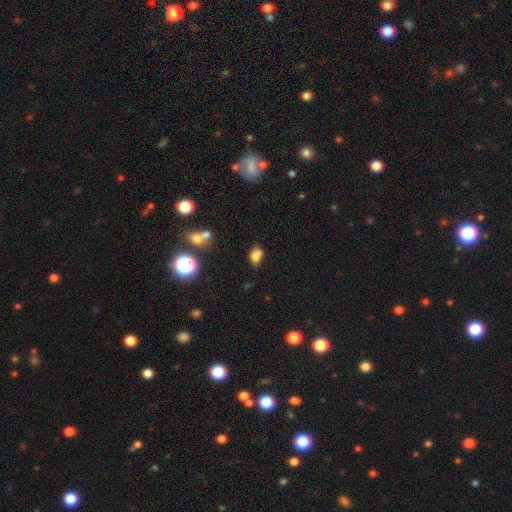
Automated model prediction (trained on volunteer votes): A smooth galaxy with no disk features (74%) that is in between round and cigar-shaped (71%). Merging: none (51%).